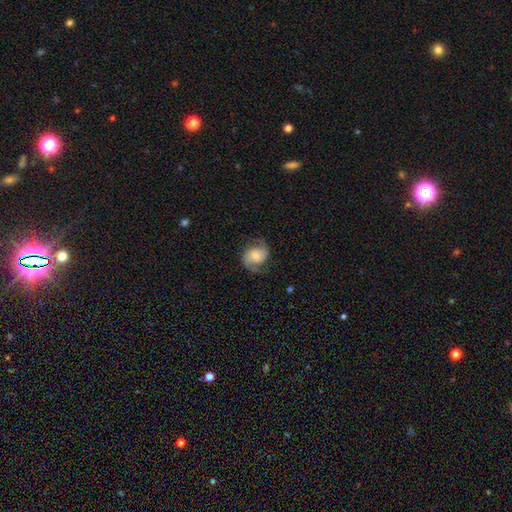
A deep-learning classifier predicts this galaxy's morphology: Overall: featured or disk (65%; smooth 27%). Edge-on disk: no (98%). Bar: no (65%; weak 28%). Spiral arms: yes (93%). Spiral arm count: 2 (90%). Spiral winding: medium (45%; loose 36%). Bulge size: moderate (41%; small 33%). Merging: none (71%).